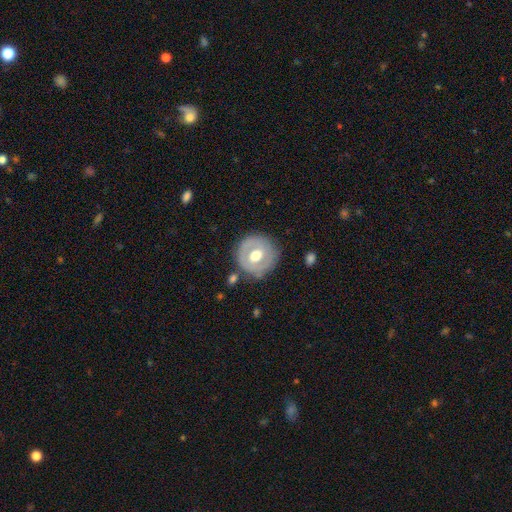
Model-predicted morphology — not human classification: Q: Smooth or featured?
A: featured or disk (49%); runner-up: smooth (45%)
Q: Merging?
A: none (79%); runner-up: minor disturbance (13%)